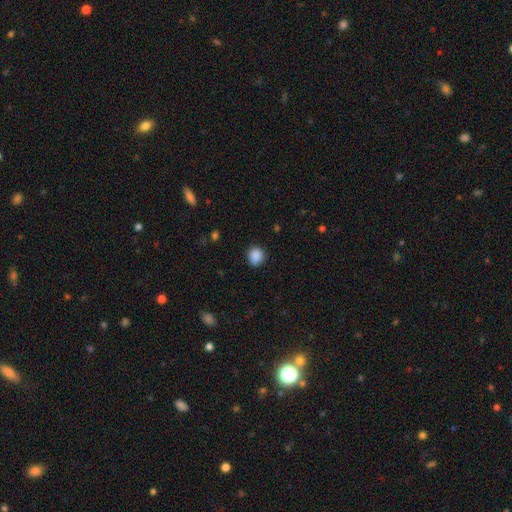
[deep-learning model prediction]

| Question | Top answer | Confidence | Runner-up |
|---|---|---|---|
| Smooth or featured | smooth | 88% | star or artifact (9%) |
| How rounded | round | 80% | in between (19%) |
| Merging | none | 83% | minor disturbance (13%) |